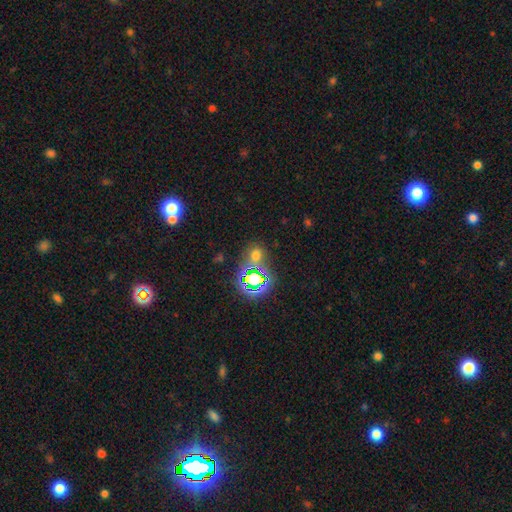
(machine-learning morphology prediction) Smooth or featured? Predicted: smooth (p=0.48). Merging? Predicted: none (p=0.68).